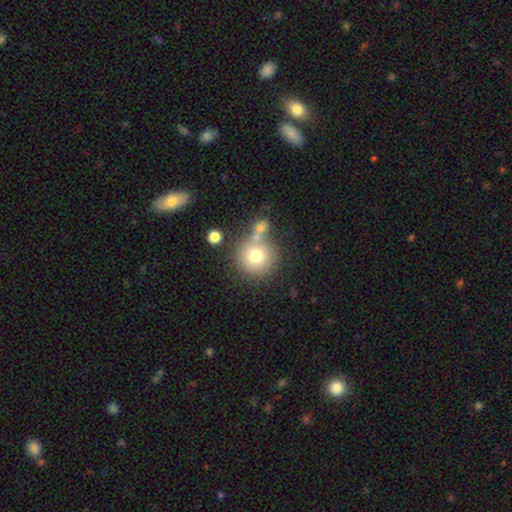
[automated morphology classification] A smooth galaxy with no disk features (74%) that is round (93%). Merging: none (64%).